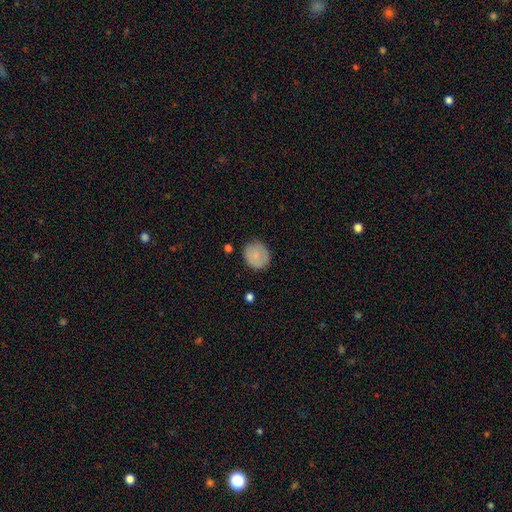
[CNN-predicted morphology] Smooth or featured?
  - smooth: 81% *
  - featured or disk: 11%
  - star or artifact: 7%
How rounded?
  - round: 73% *
  - in between: 26%
  - cigar-shaped: 1%
Merging?
  - none: 81% *
  - minor disturbance: 14%
  - major disturbance: 3%
  - merger: 2%